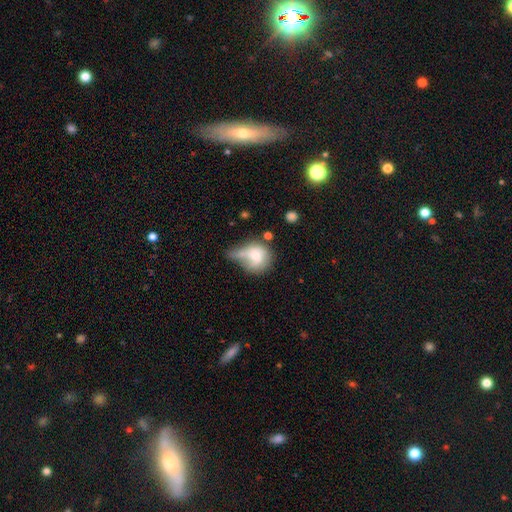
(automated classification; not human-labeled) Overall: smooth (67%). How rounded: round (70%). Merging: merger (28%; major disturbance 27%).